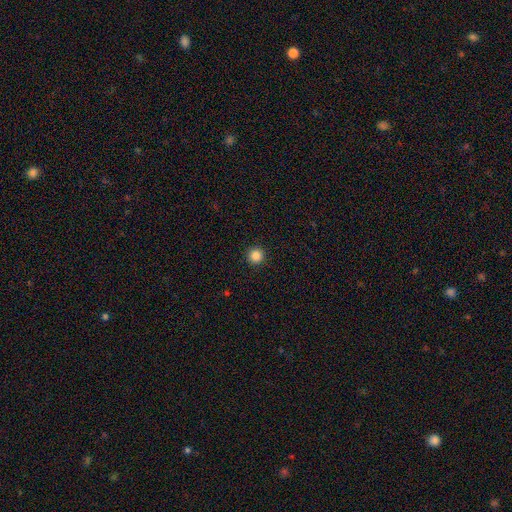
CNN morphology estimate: smooth 86%, star or artifact 11%, featured or disk 3%. Down the decision tree: how rounded — round (96%); merging — none (93%).